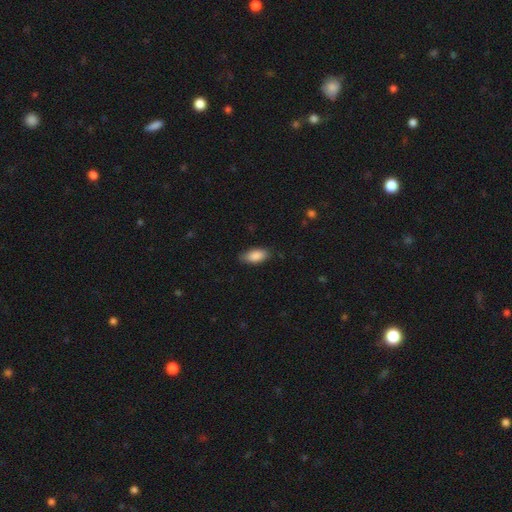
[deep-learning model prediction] Morphology: type=smooth (87%); roundness=in between (90%); merging=none (82%).